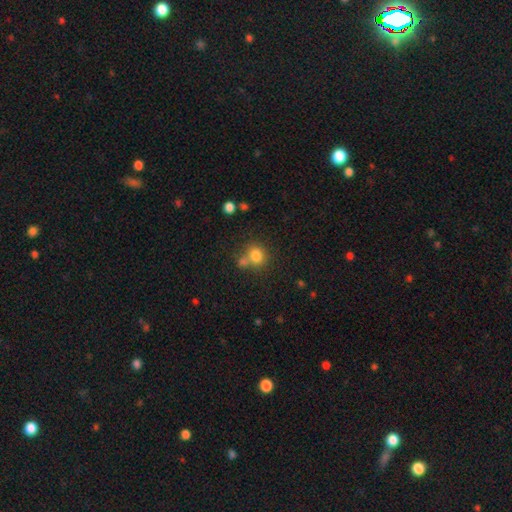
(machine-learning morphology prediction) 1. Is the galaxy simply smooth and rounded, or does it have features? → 80% smooth, 12% star or artifact, 8% featured or disk.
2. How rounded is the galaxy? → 77% round, 22% in between, 1% cigar-shaped.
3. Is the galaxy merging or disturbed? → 56% none, 28% merger, 12% minor disturbance, 5% major disturbance.